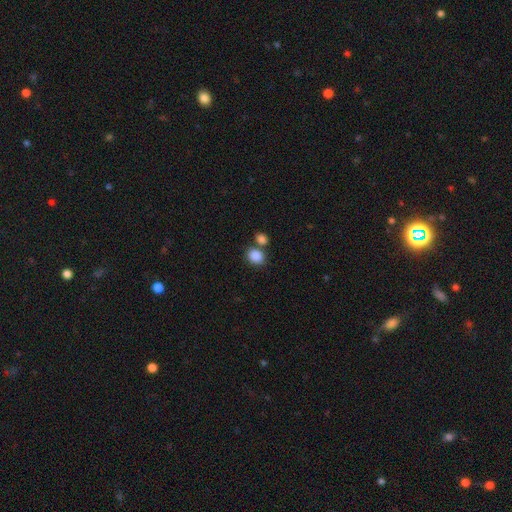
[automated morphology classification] smooth_or_featured: smooth (p=0.87) [alt: star or artifact p=0.09]
how_rounded: round (p=0.52) [alt: in between p=0.47]
merging: none (p=0.56) [alt: merger p=0.29]